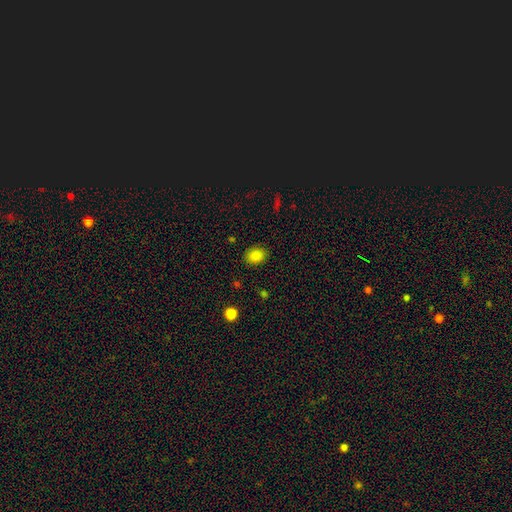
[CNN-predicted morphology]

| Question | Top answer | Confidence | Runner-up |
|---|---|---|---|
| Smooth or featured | smooth | 86% | star or artifact (11%) |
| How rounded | round | 50% | in between (49%) |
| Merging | none | 86% | minor disturbance (10%) |